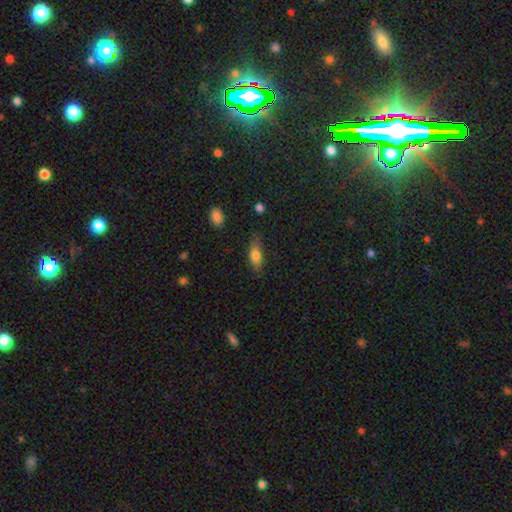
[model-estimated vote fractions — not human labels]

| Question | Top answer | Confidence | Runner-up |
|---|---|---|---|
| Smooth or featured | smooth | 70% | featured or disk (22%) |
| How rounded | in between | 68% | cigar-shaped (27%) |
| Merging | none | 77% | minor disturbance (18%) |